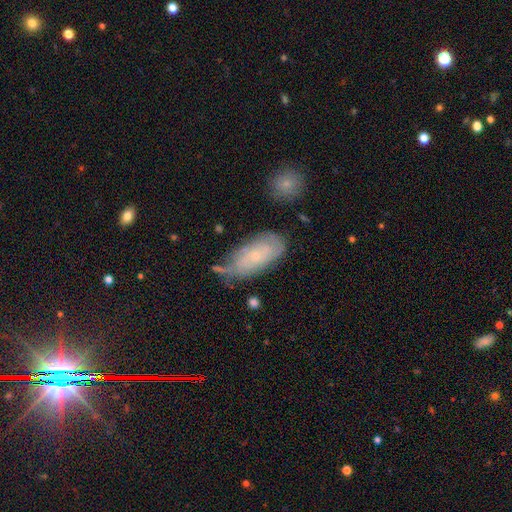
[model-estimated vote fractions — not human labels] Smooth or featured?
  - featured or disk: 53% *
  - smooth: 39%
  - star or artifact: 8%
Edge-on disk?
  - no: 90% *
  - yes: 10%
Merging?
  - none: 53% *
  - minor disturbance: 31%
  - major disturbance: 10%
  - merger: 6%